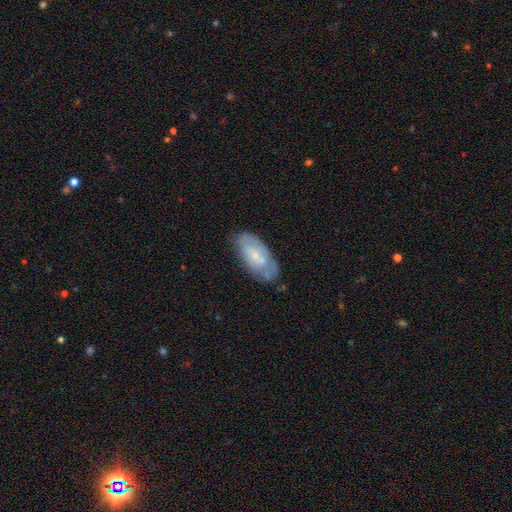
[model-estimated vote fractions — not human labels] Smooth or featured? smooth (49%)
Merging? none (59%)